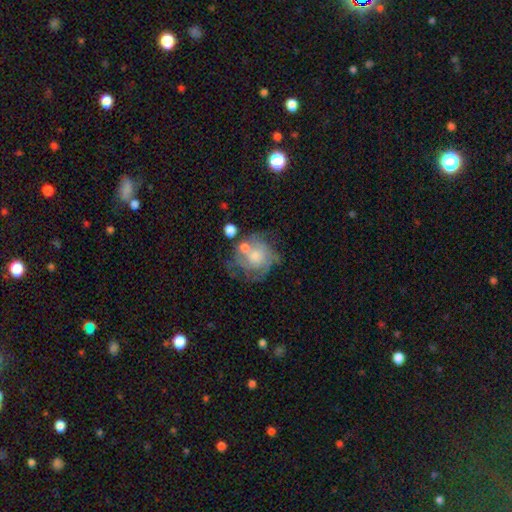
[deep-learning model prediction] Smooth or featured?
  - featured or disk: 64% *
  - smooth: 28%
  - star or artifact: 8%
Edge-on disk?
  - no: 98% *
  - yes: 2%
Bar?
  - no: 79% *
  - weak: 18%
  - strong: 3%
Spiral arms?
  - yes: 78% *
  - no: 22%
Bulge size?
  - moderate: 40% *
  - small: 31%
  - none: 15%
  - large: 12%
  - dominant: 2%
Merging?
  - none: 44% *
  - minor disturbance: 20%
  - major disturbance: 18%
  - merger: 17%